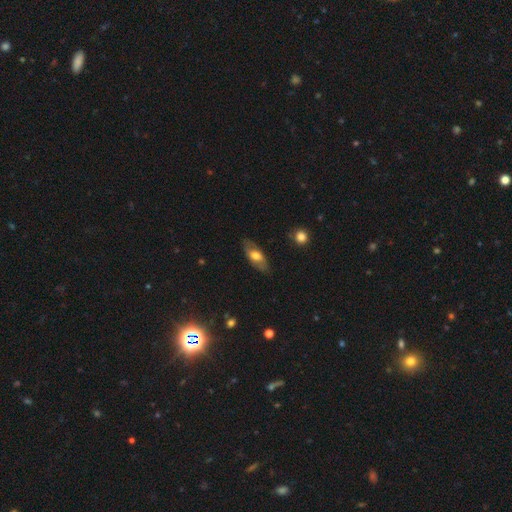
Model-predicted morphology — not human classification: The model was most divided on "smooth or featured": smooth: 52%, featured or disk: 42%, star or artifact: 6%. More confident: how rounded — in between (82%); merging — none (81%).